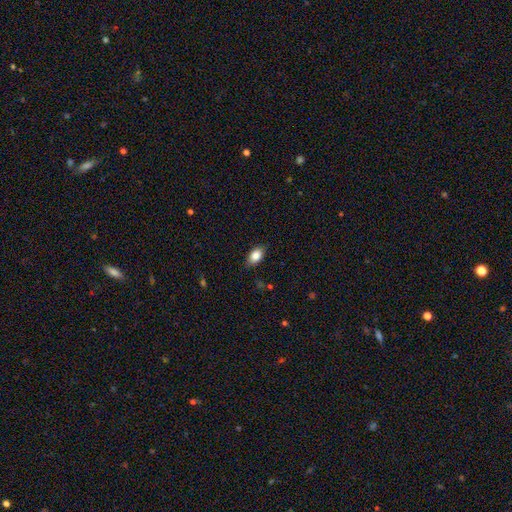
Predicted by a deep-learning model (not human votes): Smooth or featured? Predicted: smooth (p=0.83). How rounded? Predicted: in between (p=0.87). Merging? Predicted: none (p=0.84).